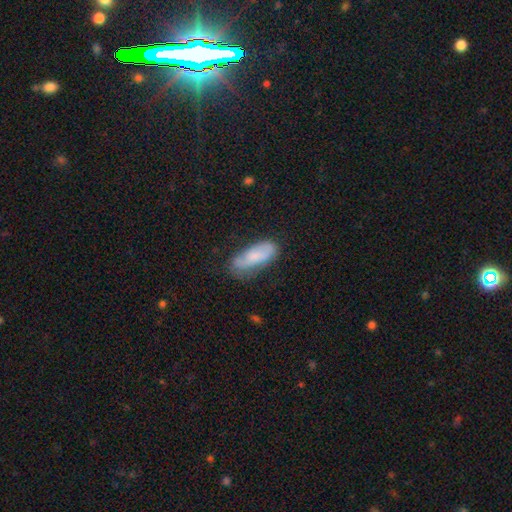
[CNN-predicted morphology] Smooth or featured? Predicted: smooth (p=0.68). How rounded? Predicted: in between (p=0.71). Merging? Predicted: none (p=0.59).